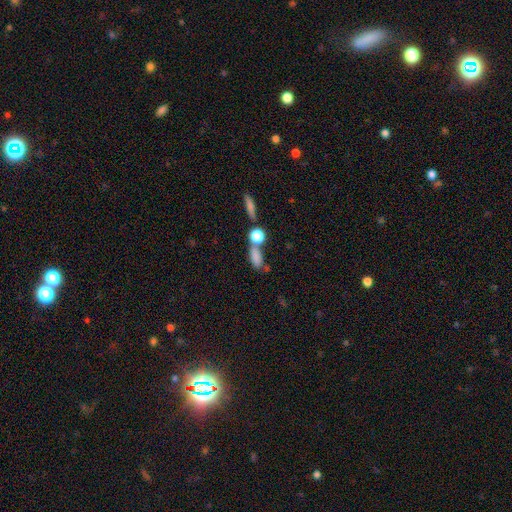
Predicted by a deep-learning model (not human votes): Overall: smooth (78%). How rounded: in between (61%). Merging: none (46%; merger 34%).